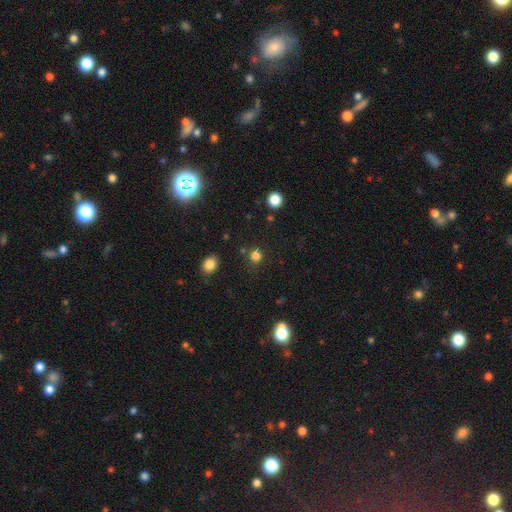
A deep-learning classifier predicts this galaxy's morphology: A smooth galaxy with no disk features (78%) that is round (90%). Merging: none (83%).